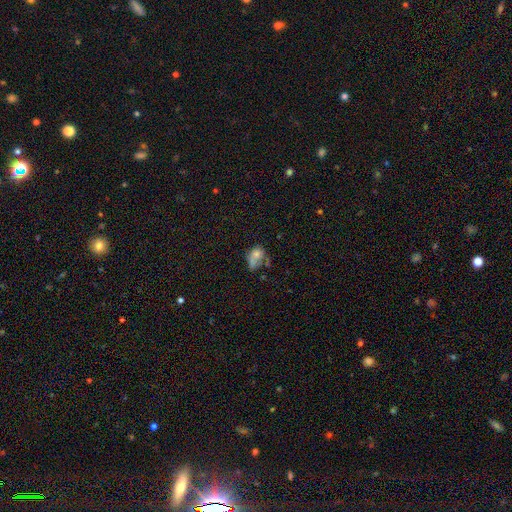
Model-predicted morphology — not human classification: Smooth or featured?
  - smooth: 63% *
  - featured or disk: 23%
  - star or artifact: 13%
How rounded?
  - in between: 61% *
  - round: 37%
  - cigar-shaped: 2%
Merging?
  - major disturbance: 27% *
  - merger: 26%
  - none: 25%
  - minor disturbance: 22%